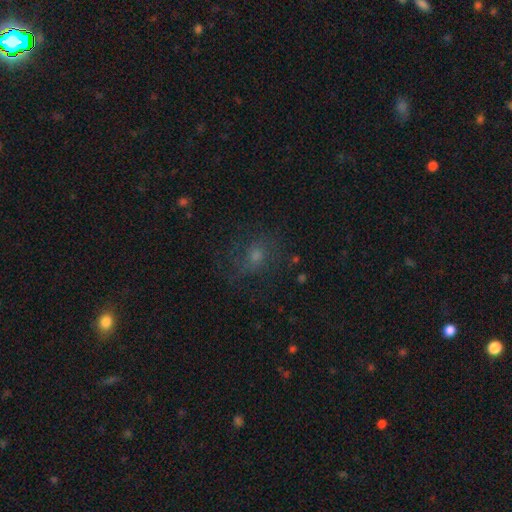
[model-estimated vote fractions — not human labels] Morphology: type=smooth (41%); merging=none (65%).